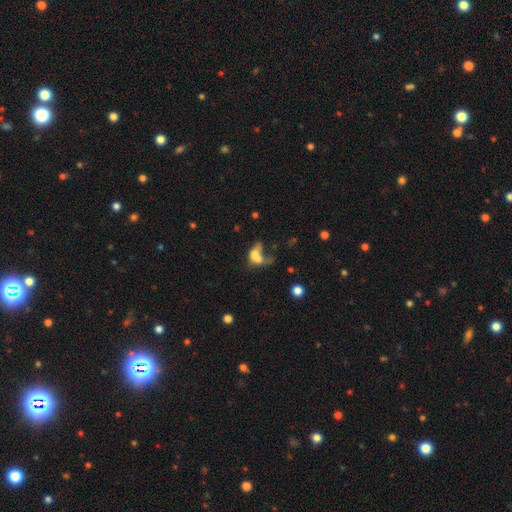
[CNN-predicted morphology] smooth-or-featured: smooth: 58% | featured or disk: 29% | star or artifact: 13%
  how-rounded: in between: 73% | round: 22% | cigar-shaped: 4%
  merging: merger: 58% | major disturbance: 19% | none: 15% | minor disturbance: 8%